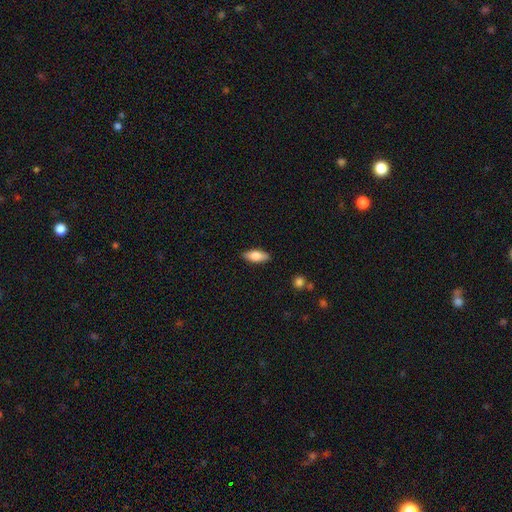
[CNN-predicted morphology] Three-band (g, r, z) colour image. It shows a smooth galaxy with no disk features (77%) that is in between round and cigar-shaped (75%). Merging: none (87%).